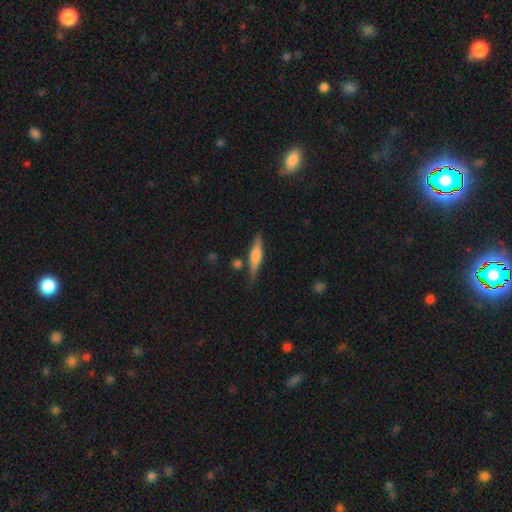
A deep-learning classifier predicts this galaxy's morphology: smooth-or-featured: smooth: 50% | featured or disk: 44% | star or artifact: 6%
  merging: none: 77% | minor disturbance: 14% | merger: 5% | major disturbance: 3%